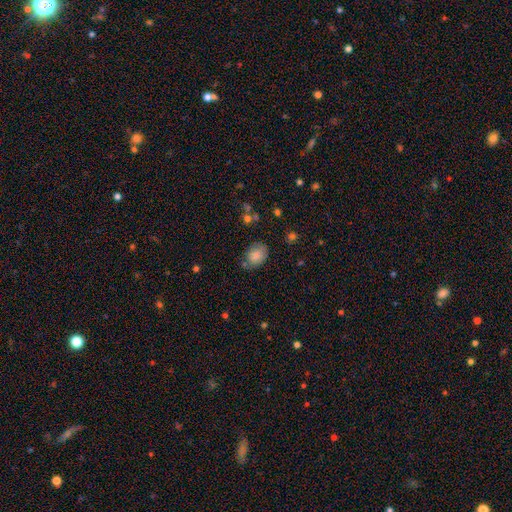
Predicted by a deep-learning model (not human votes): Smooth or featured? Predicted: smooth (p=0.82). How rounded? Predicted: in between (p=0.69). Merging? Predicted: none (p=0.66).